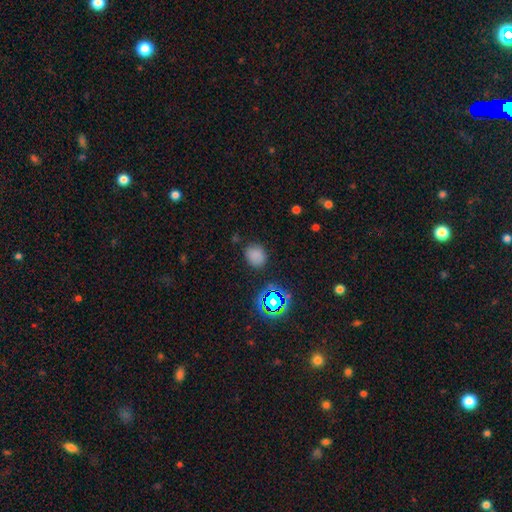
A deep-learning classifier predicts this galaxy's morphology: Overall: smooth (74%). How rounded: round (67%; in between 32%). Merging: none (80%).